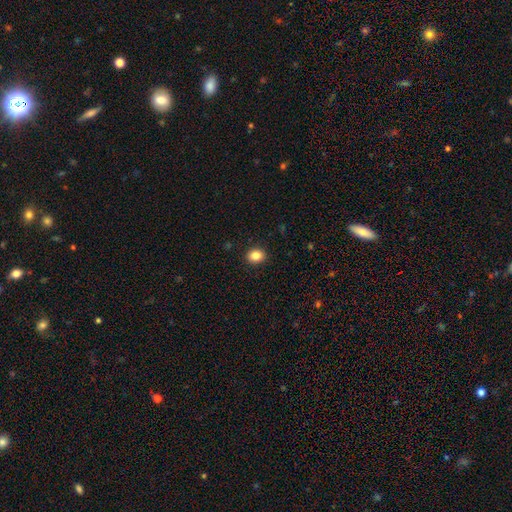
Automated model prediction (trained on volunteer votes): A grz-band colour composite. It shows a smooth galaxy with no disk features (85%) that is round (54%). Merging: none (91%).